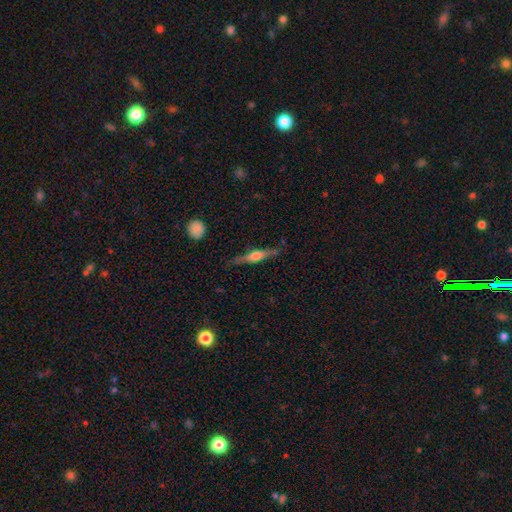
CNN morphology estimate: Smooth or featured?
  - featured or disk: 72% *
  - smooth: 22%
  - star or artifact: 6%
Edge-on disk?
  - yes: 97% *
  - no: 3%
Edge-on bulge?
  - rounded: 85% *
  - boxy: 12%
  - none: 3%
Merging?
  - none: 85% *
  - minor disturbance: 11%
  - major disturbance: 3%
  - merger: 2%